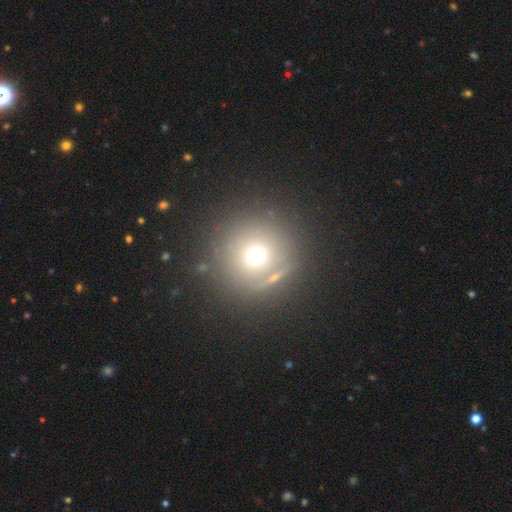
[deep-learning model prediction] A smooth galaxy with no disk features (65%) that is round (95%). Merging: none (79%).